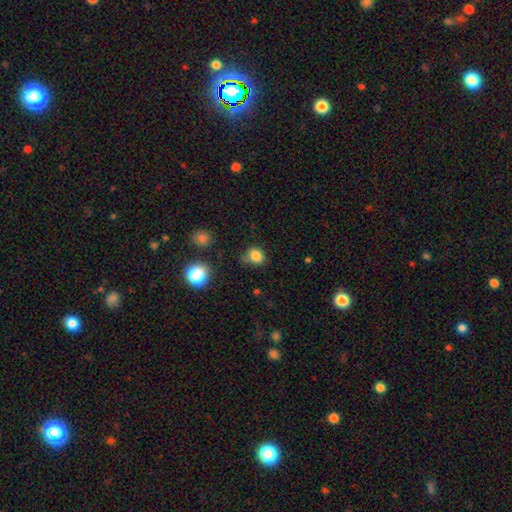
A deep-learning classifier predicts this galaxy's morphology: This is clearly a smooth galaxy (83%). How rounded: likely round (64%). Merging: likely none (61%).